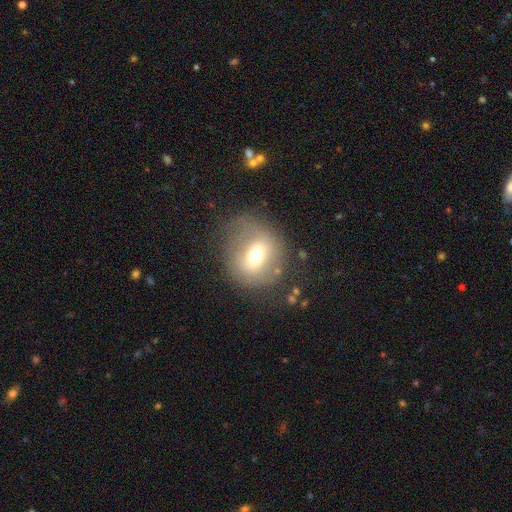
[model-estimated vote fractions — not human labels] A smooth galaxy with no disk features (59%) that is round (79%).

Vote fractions:
- Smooth or featured? smooth: 59% / featured or disk: 29% / star or artifact: 12%
- How rounded? round: 79% / in between: 20% / cigar-shaped: 1%
- Merging? none: 62% / minor disturbance: 20% / major disturbance: 15% / merger: 3%